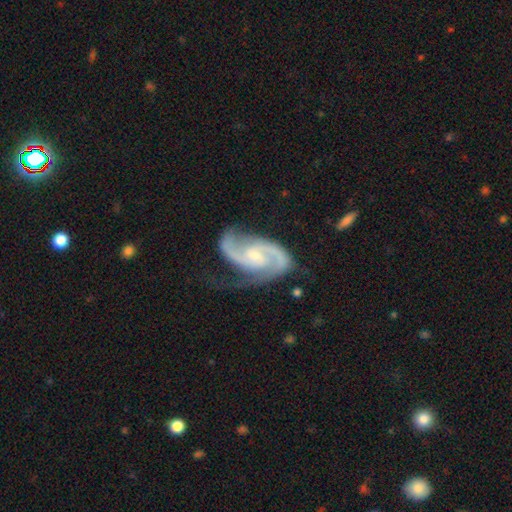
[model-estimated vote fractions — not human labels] The model was most divided on "bar": no: 50%, weak: 39%, strong: 11%. More confident: spiral arms — yes (98%); edge-on disk — no (98%); smooth or featured — featured or disk (92%); spiral arm count — 2 (90%); merging — none (63%); spiral winding — medium (57%); bulge size — small (56%).